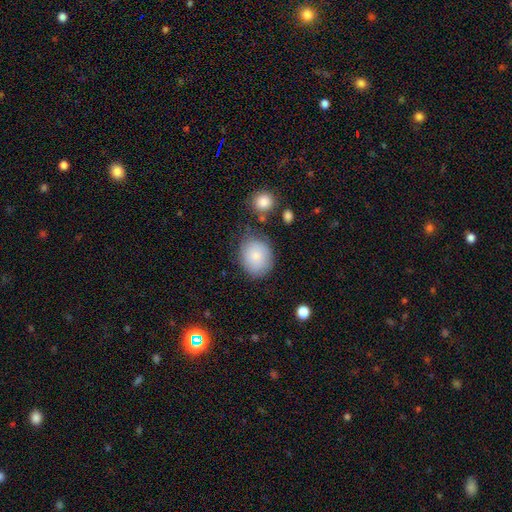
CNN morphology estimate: smooth 82%, featured or disk 10%, star or artifact 8%. Down the decision tree: how rounded — round (63%); merging — none (76%).